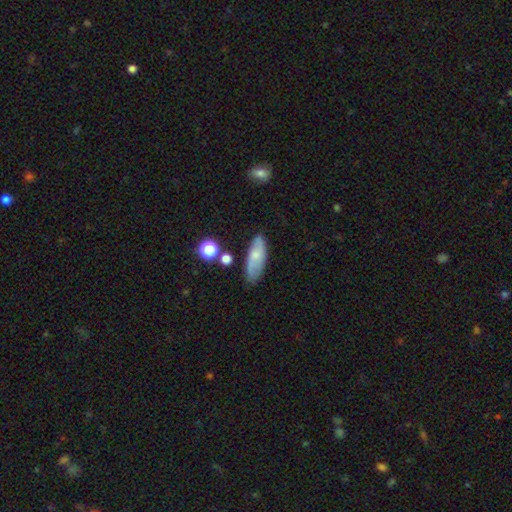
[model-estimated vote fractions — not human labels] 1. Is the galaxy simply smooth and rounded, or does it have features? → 63% smooth, 29% featured or disk, 8% star or artifact.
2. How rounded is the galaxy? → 70% in between, 26% cigar-shaped, 4% round.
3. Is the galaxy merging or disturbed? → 73% none, 19% minor disturbance, 4% major disturbance, 4% merger.